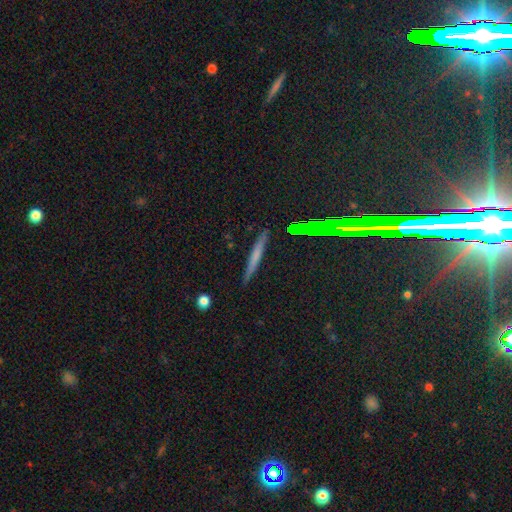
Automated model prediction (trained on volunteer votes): smooth 52%, featured or disk 36%, star or artifact 12%. Down the decision tree: how rounded — cigar-shaped (94%); merging — none (87%).